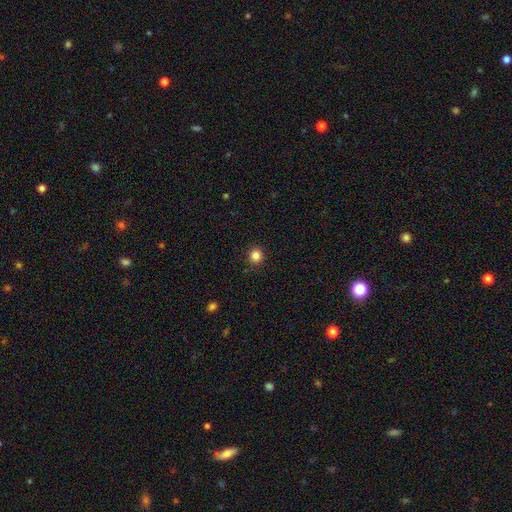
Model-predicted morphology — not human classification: A smooth galaxy with no disk features (84%) that is round (91%). Merging: none (91%).